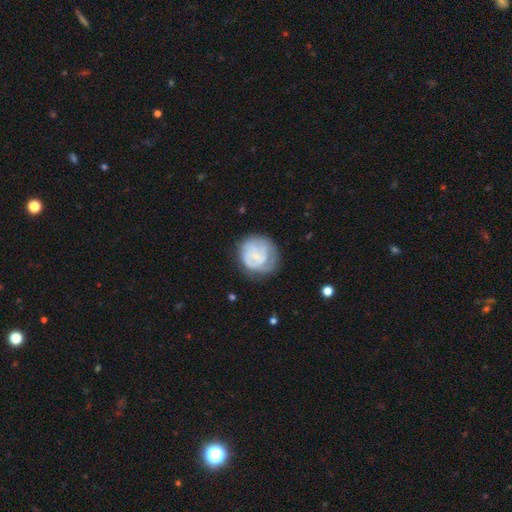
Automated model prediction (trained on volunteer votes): This appears to be a featured or disk galaxy (55%) with no bar (72%), spiral arms (70%) and a small central bulge (61%). Merging: none (57%).